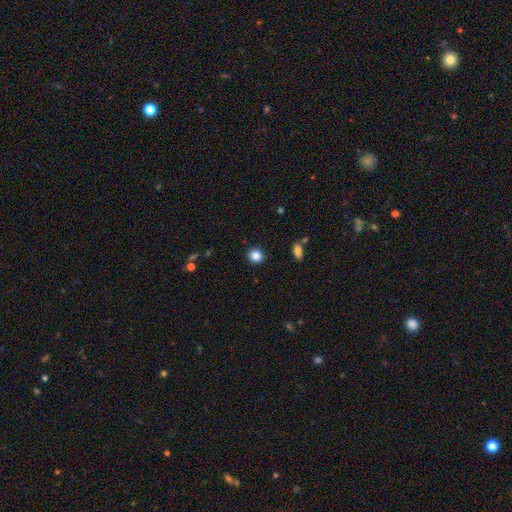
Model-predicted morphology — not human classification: Smooth or featured? Predicted: smooth (p=0.85). How rounded? Predicted: round (p=0.87). Merging? Predicted: none (p=0.91).